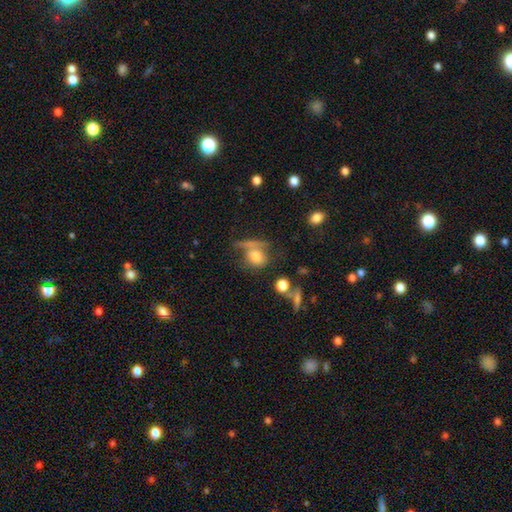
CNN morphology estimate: smooth 70%, featured or disk 18%, star or artifact 13%. Down the decision tree: how rounded — round (66%); merging — none (47%).